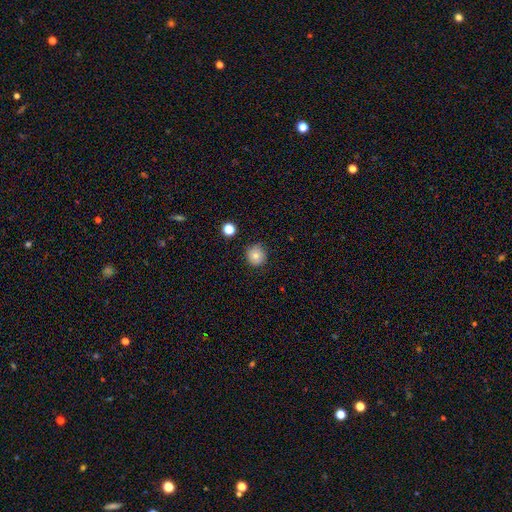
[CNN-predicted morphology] smooth_or_featured: smooth (p=0.78) [alt: star or artifact p=0.11]
how_rounded: round (p=0.92) [alt: in between p=0.07]
merging: none (p=0.85) [alt: minor disturbance p=0.11]